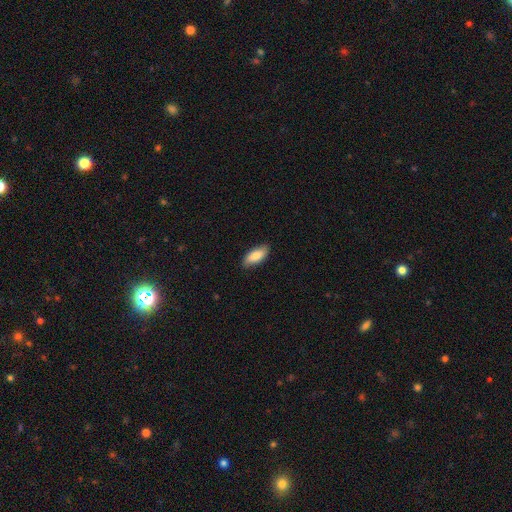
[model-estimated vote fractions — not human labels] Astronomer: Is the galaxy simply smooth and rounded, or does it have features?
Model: smooth — 84%.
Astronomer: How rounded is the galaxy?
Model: in between — 81%.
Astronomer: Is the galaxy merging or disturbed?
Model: none — 85%.